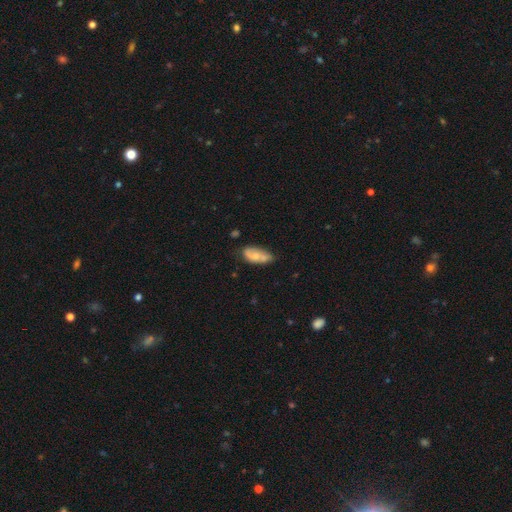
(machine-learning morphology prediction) This is possibly a smooth galaxy (58%). How rounded: clearly in between (87%). Merging: possibly none (50%).